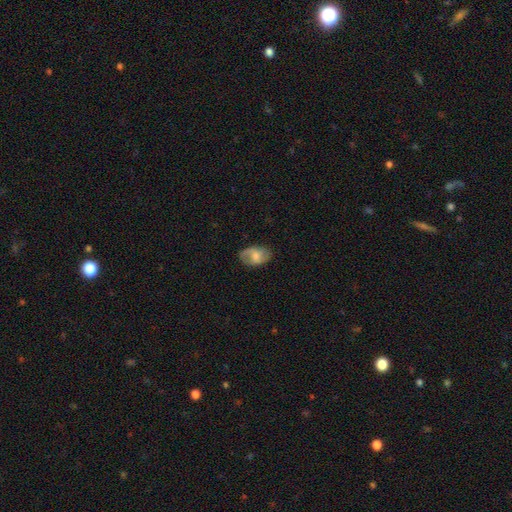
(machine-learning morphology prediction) Smooth or featured? smooth (51%)
How rounded? in between (85%)
Merging? none (72%)